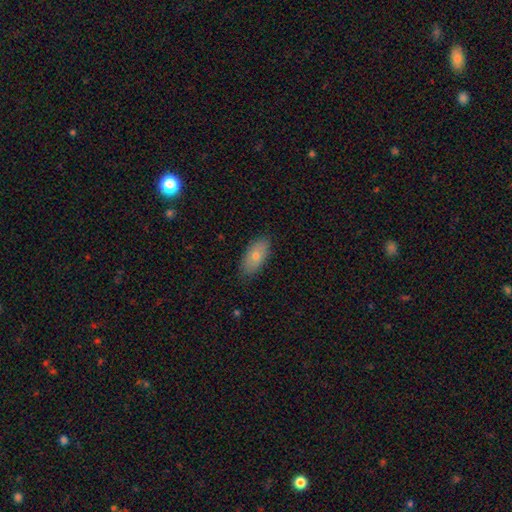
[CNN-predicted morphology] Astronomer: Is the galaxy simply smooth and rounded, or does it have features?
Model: smooth — 70%.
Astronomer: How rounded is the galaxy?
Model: in between — 87%.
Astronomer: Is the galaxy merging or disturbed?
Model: none — 86%.